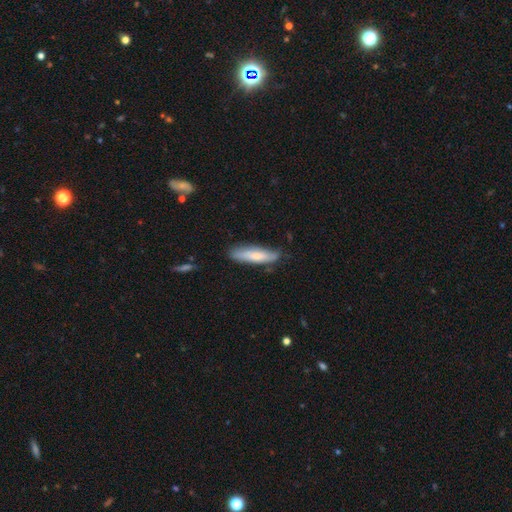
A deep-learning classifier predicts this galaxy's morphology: This appears to be a smooth galaxy with no disk features (69%) that is cigar-shaped (74%). Merging: none (75%).